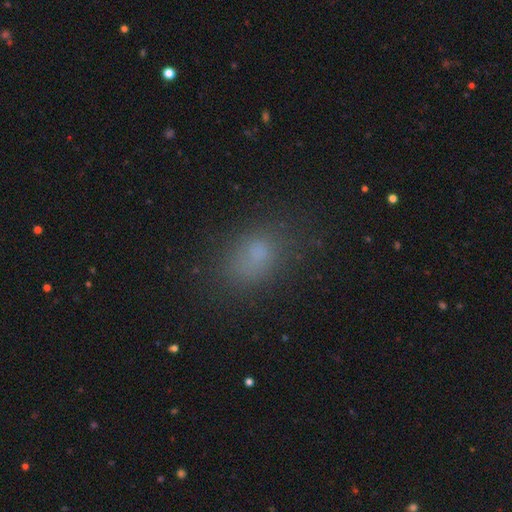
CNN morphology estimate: Smooth or featured: smooth — 75% (star or artifact — 16%)
How rounded: in between — 72% (round — 26%)
Merging: none — 74% (minor disturbance — 17%)